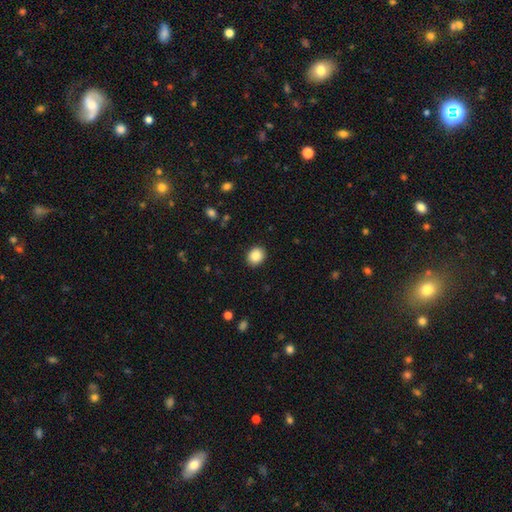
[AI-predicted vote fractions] This appears to be a smooth galaxy with no disk features (88%) that is round (65%). Merging: none (90%).